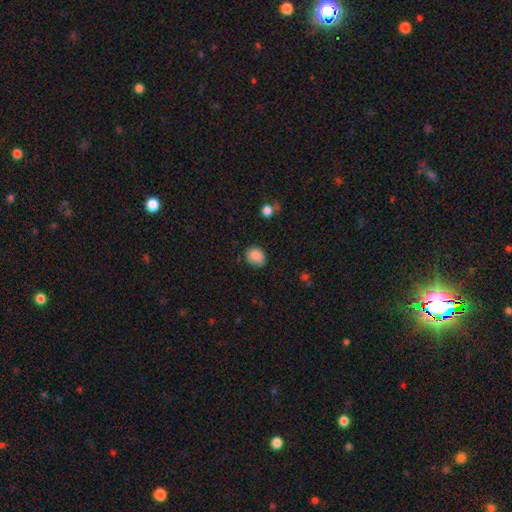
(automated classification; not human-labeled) smooth 87%, star or artifact 9%, featured or disk 4%. Down the decision tree: how rounded — round (57%); merging — none (77%).